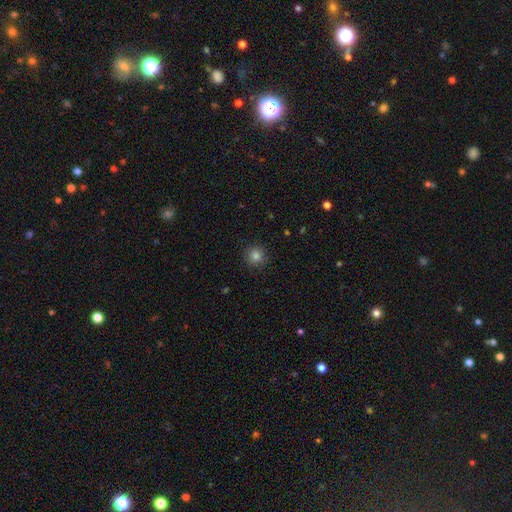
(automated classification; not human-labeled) Smooth or featured? Predicted: smooth (p=0.83). How rounded? Predicted: round (p=0.94). Merging? Predicted: none (p=0.90).